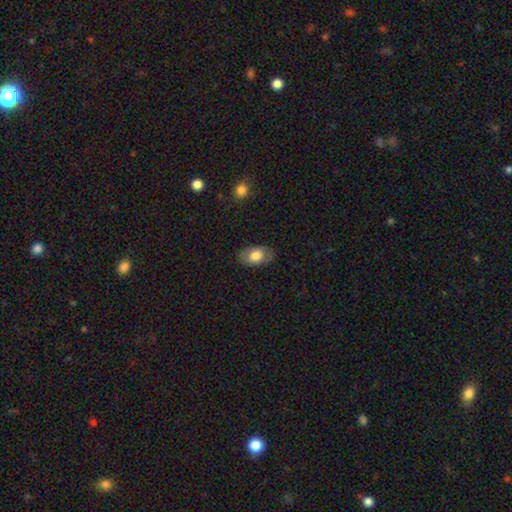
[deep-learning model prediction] smooth-or-featured: smooth: 73% | featured or disk: 21% | star or artifact: 7%
  how-rounded: in between: 89% | round: 9% | cigar-shaped: 1%
  merging: none: 83% | minor disturbance: 13% | major disturbance: 3% | merger: 1%